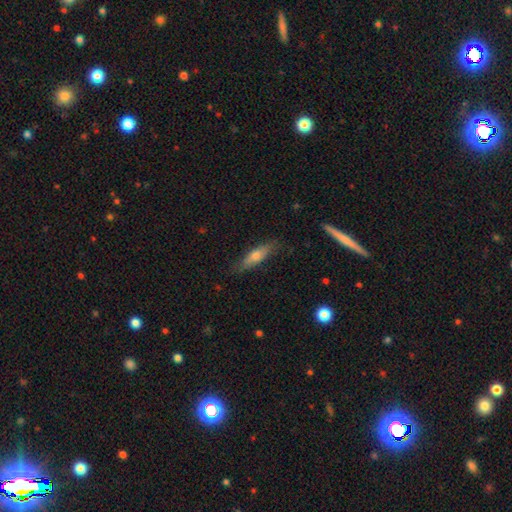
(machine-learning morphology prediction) Q: Smooth or featured?
A: smooth (56%); runner-up: featured or disk (37%)
Q: How rounded?
A: cigar-shaped (72%); runner-up: in between (26%)
Q: Merging?
A: none (82%); runner-up: minor disturbance (14%)